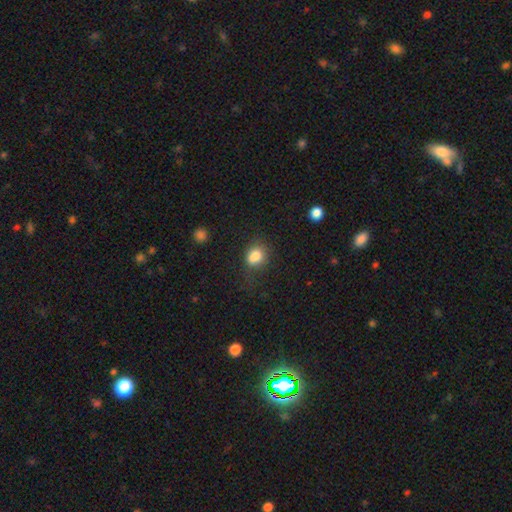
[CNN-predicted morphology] This is clearly a smooth galaxy (81%). How rounded: possibly round (50%). Merging: possibly none (57%).